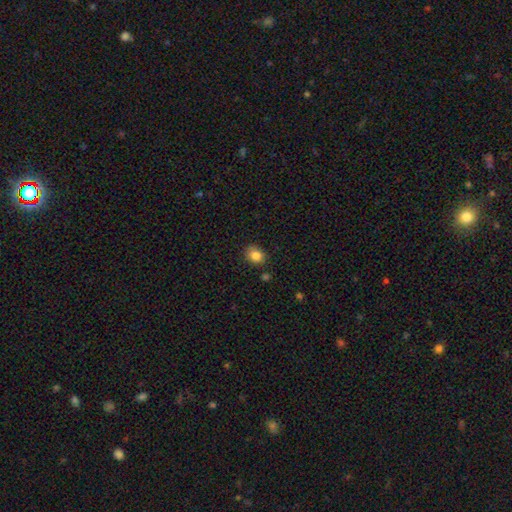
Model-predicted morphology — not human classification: The model was most divided on "how rounded": round: 53%, in between: 46%, cigar-shaped: 1%. More confident: smooth or featured — smooth (84%); merging — none (81%).